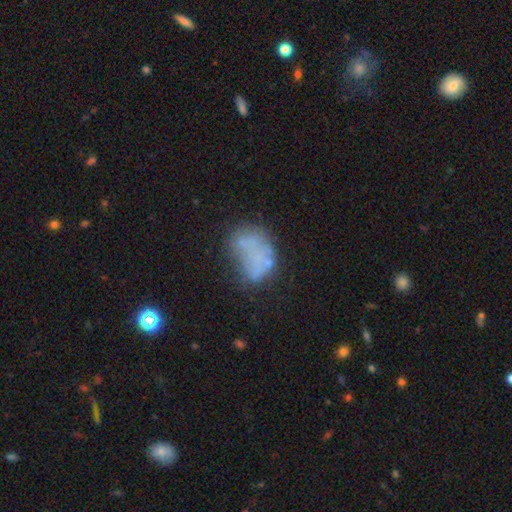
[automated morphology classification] smooth_or_featured: smooth (p=0.45) [alt: featured or disk p=0.40]
merging: none (p=0.38) [alt: minor disturbance p=0.24]